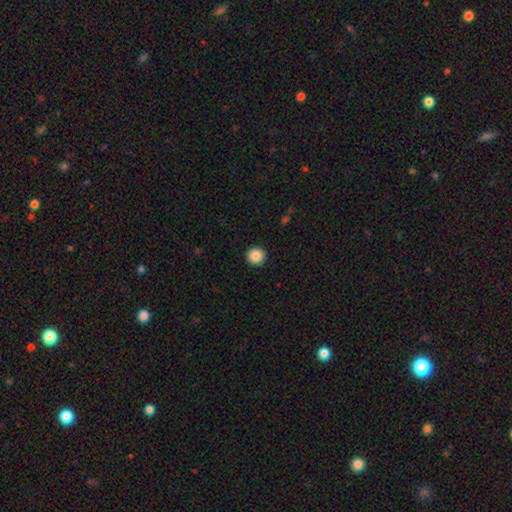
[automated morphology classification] smooth-or-featured: smooth: 88% | star or artifact: 9% | featured or disk: 3%
  how-rounded: round: 95% | in between: 4% | cigar-shaped: 1%
  merging: none: 93% | minor disturbance: 4% | major disturbance: 2% | merger: 1%